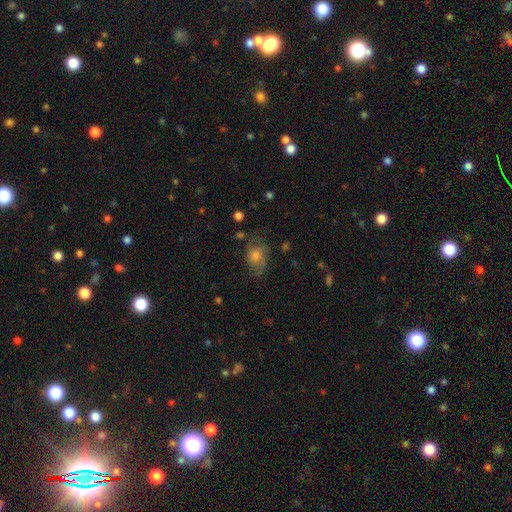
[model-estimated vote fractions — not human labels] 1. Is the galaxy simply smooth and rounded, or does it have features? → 51% smooth, 35% featured or disk, 14% star or artifact.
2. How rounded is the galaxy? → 60% in between, 39% round, 2% cigar-shaped.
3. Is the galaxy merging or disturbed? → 56% none, 26% minor disturbance, 16% major disturbance, 2% merger.